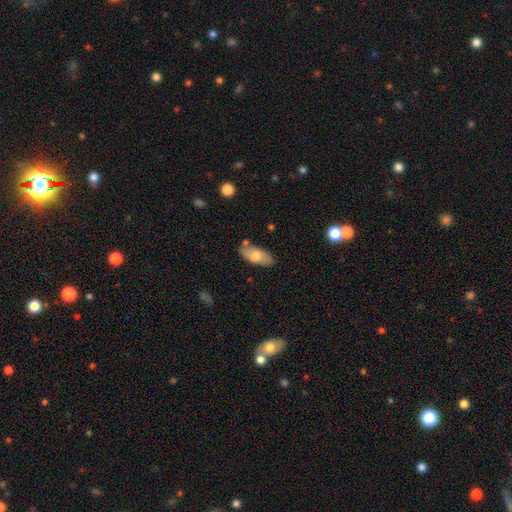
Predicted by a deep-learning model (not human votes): smooth_or_featured: smooth (p=0.63) [alt: featured or disk p=0.31]
how_rounded: in between (p=0.89) [alt: cigar-shaped p=0.08]
merging: none (p=0.74) [alt: minor disturbance p=0.17]